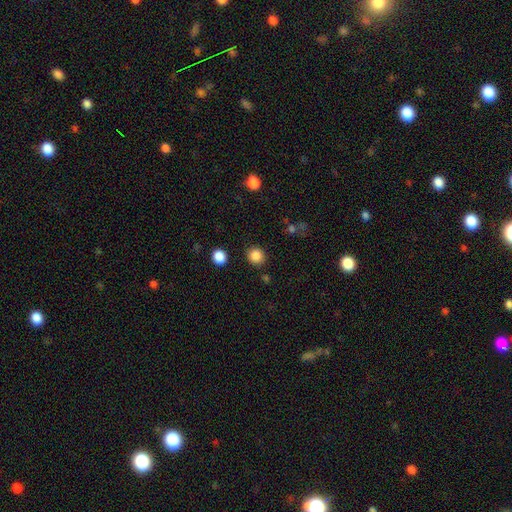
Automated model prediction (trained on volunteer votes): This is clearly a smooth galaxy (86%). How rounded: clearly round (90%). Merging: clearly none (88%).